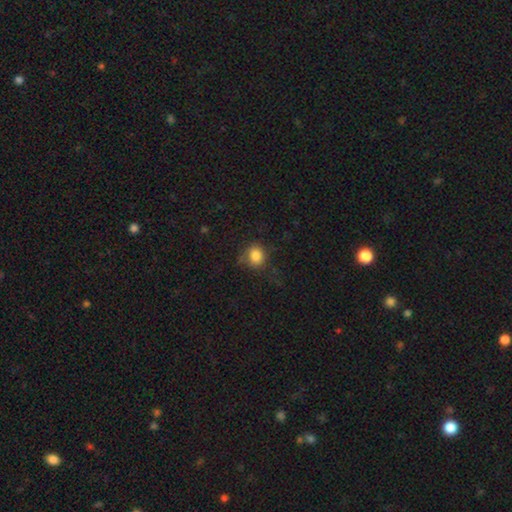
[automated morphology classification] Smooth or featured: smooth — 83% (star or artifact — 10%)
How rounded: round — 73% (in between — 26%)
Merging: none — 70% (minor disturbance — 20%)